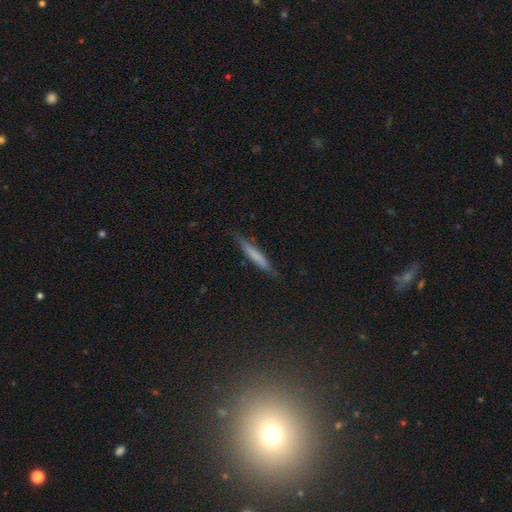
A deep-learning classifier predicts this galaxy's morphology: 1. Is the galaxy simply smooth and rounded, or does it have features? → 62% smooth, 30% featured or disk, 8% star or artifact.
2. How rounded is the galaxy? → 93% cigar-shaped, 5% in between, 2% round.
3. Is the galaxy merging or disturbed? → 82% none, 14% minor disturbance, 3% major disturbance, 1% merger.